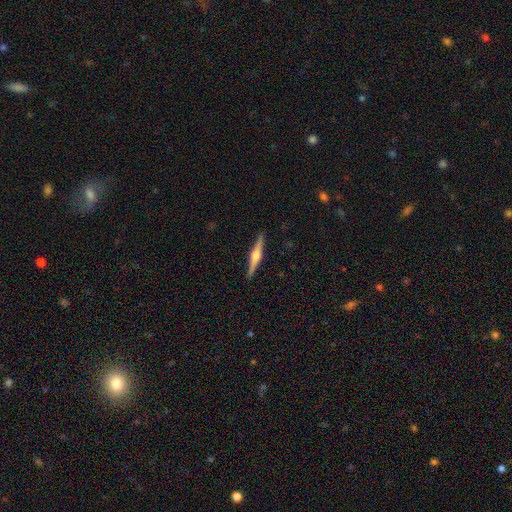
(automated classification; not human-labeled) A featured or disk galaxy (76%) viewed edge-on (98%) with a rounded central bulge (89%).

Vote fractions:
- Smooth or featured? featured or disk: 76% / smooth: 18% / star or artifact: 5%
- Edge-on disk? yes: 98% / no: 2%
- Edge-on bulge? rounded: 89% / boxy: 8% / none: 3%
- Merging? none: 92% / minor disturbance: 6% / major disturbance: 1% / merger: 1%